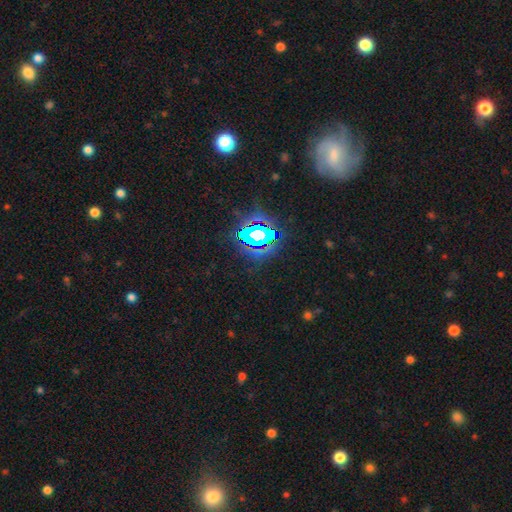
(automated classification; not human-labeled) A star or artifact, not a galaxy (65%).